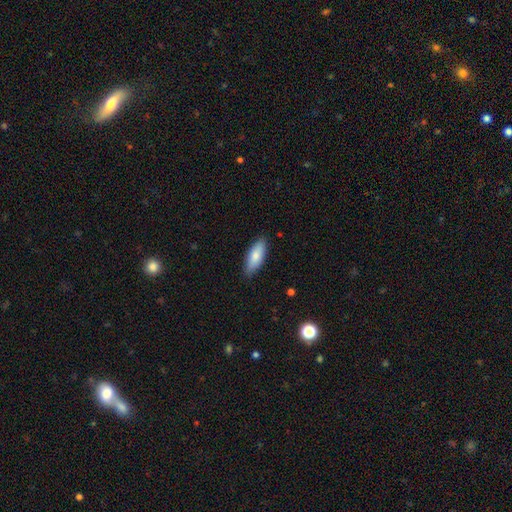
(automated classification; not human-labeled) smooth 81%, featured or disk 14%, star or artifact 6%. Down the decision tree: how rounded — in between (71%); merging — none (85%).